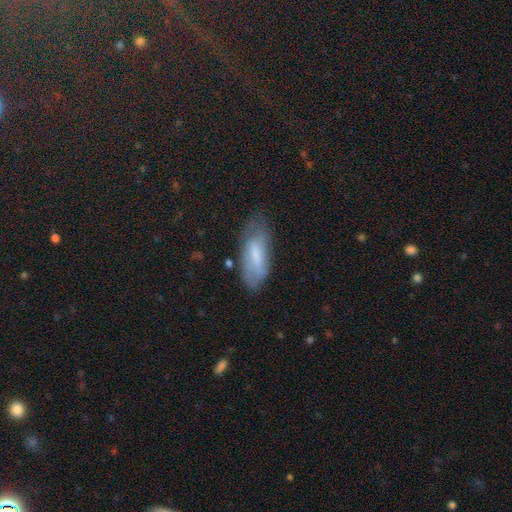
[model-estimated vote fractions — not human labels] Morphology: type=smooth (58%); roundness=in between (66%); merging=none (59%).